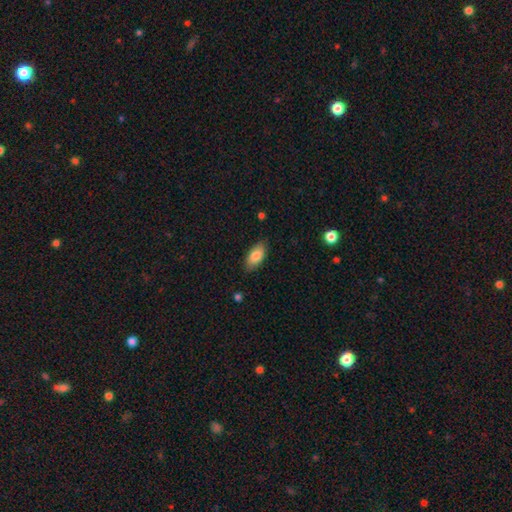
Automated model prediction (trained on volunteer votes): Morphology: type=smooth (84%); roundness=in between (91%); merging=none (84%).